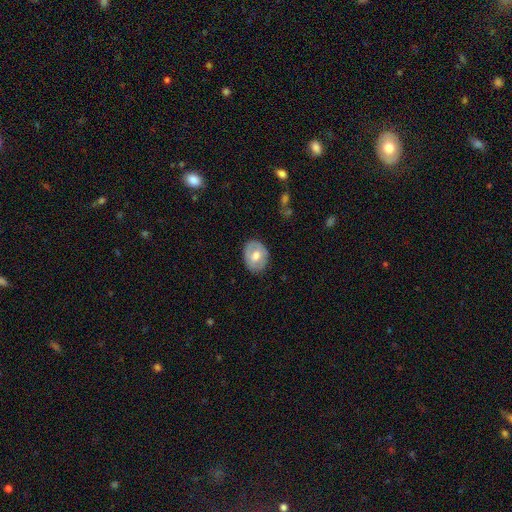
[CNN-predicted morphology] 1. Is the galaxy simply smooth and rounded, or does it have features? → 58% smooth, 35% featured or disk, 7% star or artifact.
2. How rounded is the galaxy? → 61% in between, 38% round, 1% cigar-shaped.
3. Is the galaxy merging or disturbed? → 82% none, 13% minor disturbance, 3% major disturbance, 1% merger.